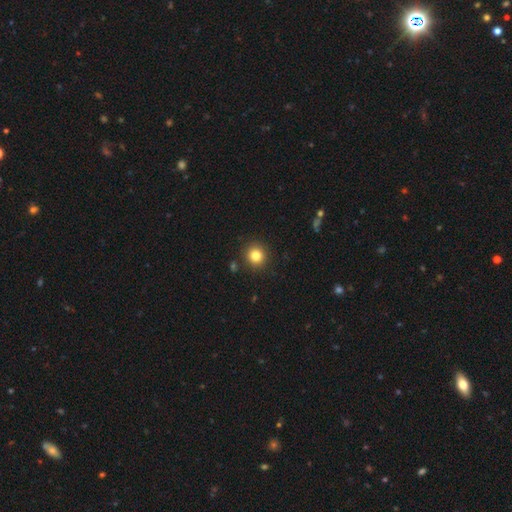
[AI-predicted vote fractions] This appears to be a smooth galaxy with no disk features (82%) that is round (91%). Merging: none (90%).